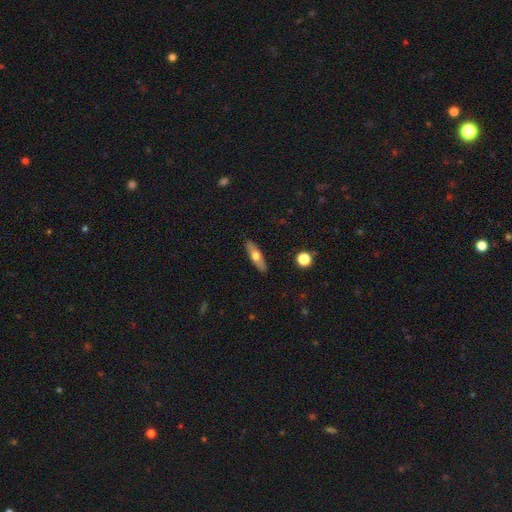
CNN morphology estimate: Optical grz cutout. It shows a smooth galaxy with no disk features (55%) that is cigar-shaped (64%). Merging: none (89%).